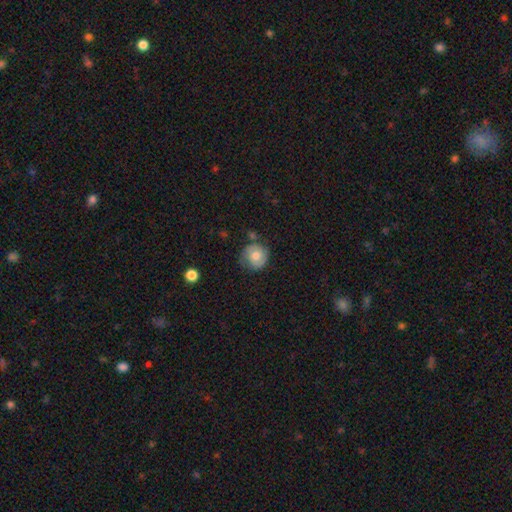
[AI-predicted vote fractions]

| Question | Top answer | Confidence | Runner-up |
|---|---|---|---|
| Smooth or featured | smooth | 55% | featured or disk (37%) |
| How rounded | round | 88% | in between (11%) |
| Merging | none | 67% | minor disturbance (22%) |